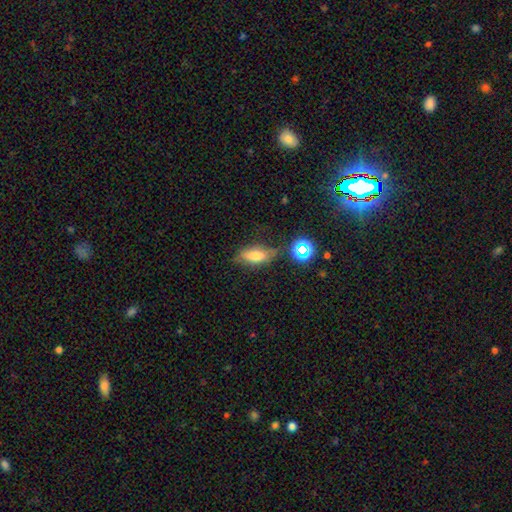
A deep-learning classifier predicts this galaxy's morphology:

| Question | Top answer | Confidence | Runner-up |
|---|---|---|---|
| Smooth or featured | smooth | 62% | featured or disk (25%) |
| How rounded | in between | 70% | cigar-shaped (24%) |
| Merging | none | 67% | minor disturbance (21%) |